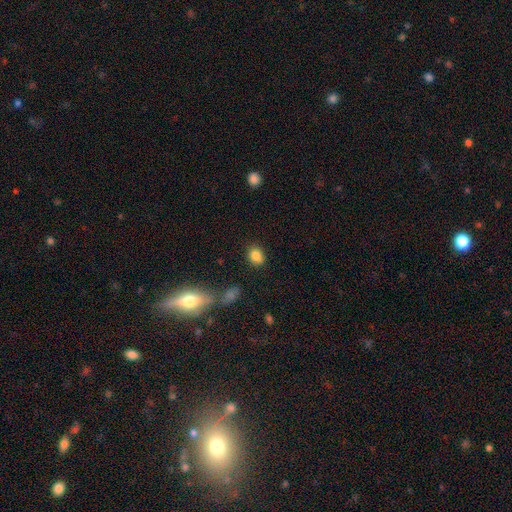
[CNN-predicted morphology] This appears to be a smooth galaxy with no disk features (83%) that is in between round and cigar-shaped (53%). Merging: none (80%).